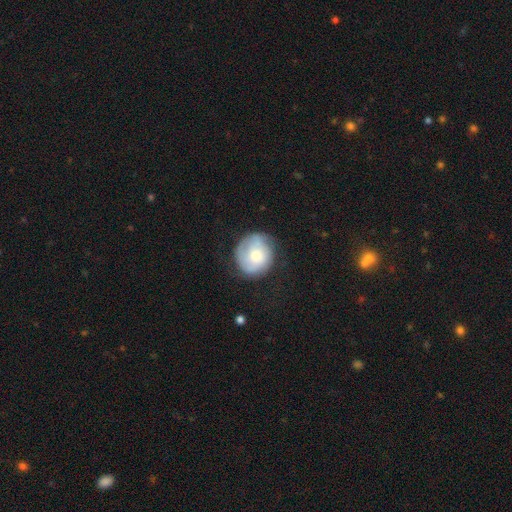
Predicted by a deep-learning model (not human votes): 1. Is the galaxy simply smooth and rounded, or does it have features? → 59% smooth, 34% featured or disk, 7% star or artifact.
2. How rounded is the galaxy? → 86% round, 13% in between, 1% cigar-shaped.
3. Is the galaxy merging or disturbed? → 66% none, 22% minor disturbance, 10% major disturbance, 2% merger.